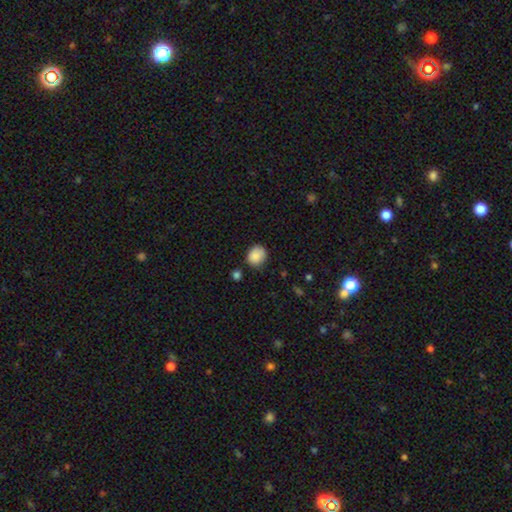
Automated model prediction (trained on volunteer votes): The model was most divided on "how rounded": round: 68%, in between: 31%, cigar-shaped: 1%. More confident: smooth or featured — smooth (87%); merging — none (73%).